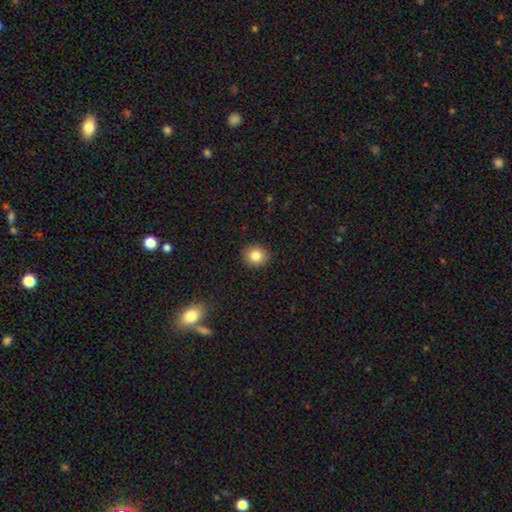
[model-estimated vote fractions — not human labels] The model was most divided on "smooth or featured": smooth: 83%, star or artifact: 10%, featured or disk: 6%. More confident: merging — none (92%); how rounded — round (89%).